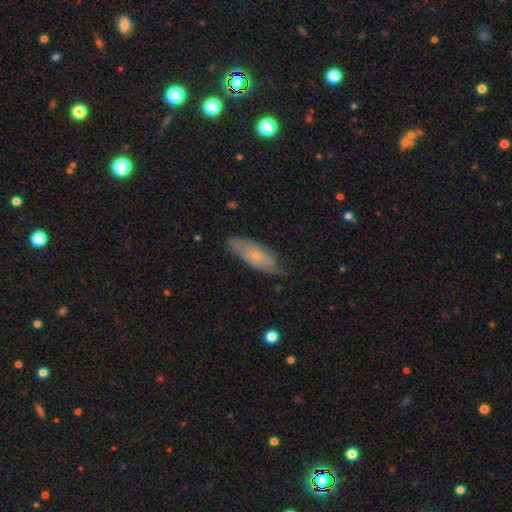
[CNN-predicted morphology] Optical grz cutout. It shows a featured or disk galaxy (47%, tied with smooth). Merging: none (68%).